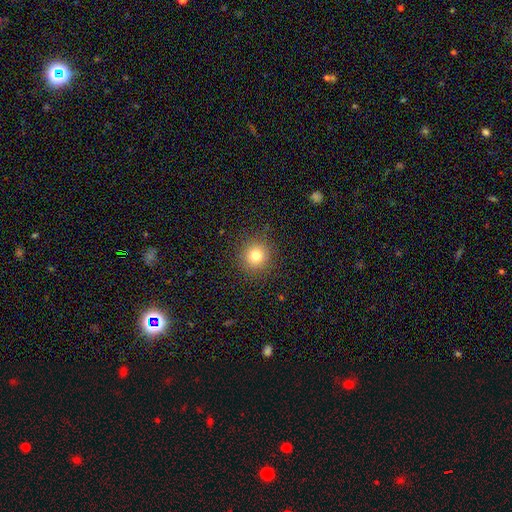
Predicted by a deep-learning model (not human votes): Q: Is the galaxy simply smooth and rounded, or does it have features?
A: smooth — 79%.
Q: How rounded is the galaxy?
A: round — 93%.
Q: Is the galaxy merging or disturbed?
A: none — 91%.